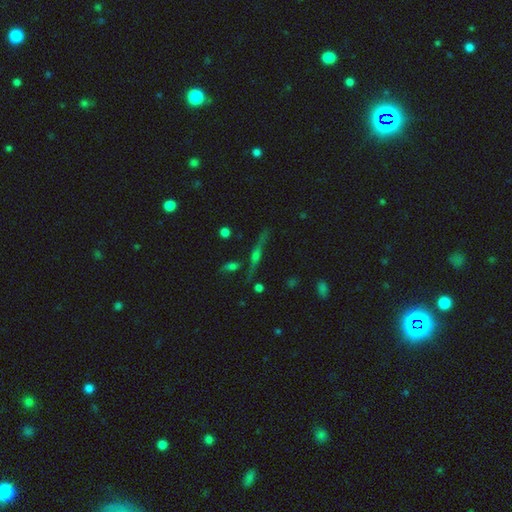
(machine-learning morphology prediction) Q: Smooth or featured?
A: featured or disk (65%); runner-up: star or artifact (19%)
Q: Edge-on disk?
A: yes (91%); runner-up: no (9%)
Q: Edge-on bulge?
A: rounded (82%); runner-up: boxy (9%)
Q: Merging?
A: none (75%); runner-up: minor disturbance (12%)